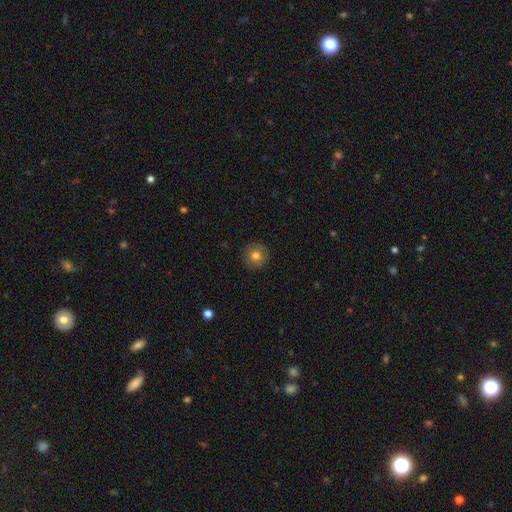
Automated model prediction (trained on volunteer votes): smooth 77%, featured or disk 13%, star or artifact 10%. Down the decision tree: how rounded — round (95%); merging — none (91%).